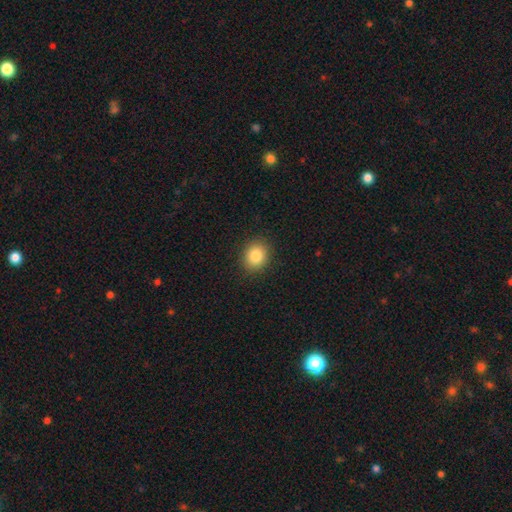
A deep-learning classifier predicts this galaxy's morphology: Q: Smooth or featured?
A: smooth (84%); runner-up: star or artifact (10%)
Q: How rounded?
A: round (62%); runner-up: in between (37%)
Q: Merging?
A: none (89%); runner-up: minor disturbance (7%)